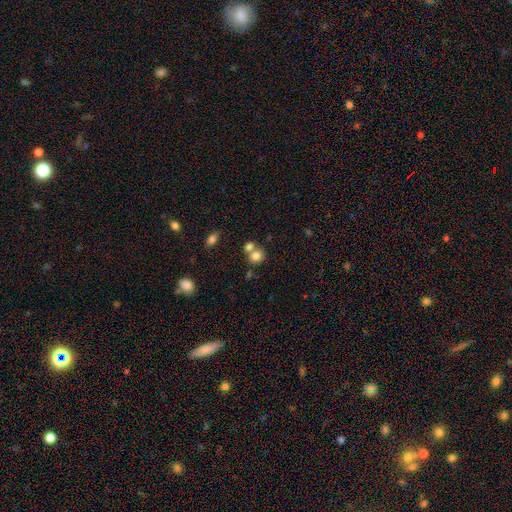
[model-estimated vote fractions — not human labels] Smooth or featured? smooth (79%)
How rounded? round (74%)
Merging? merger (44%, tied with none)